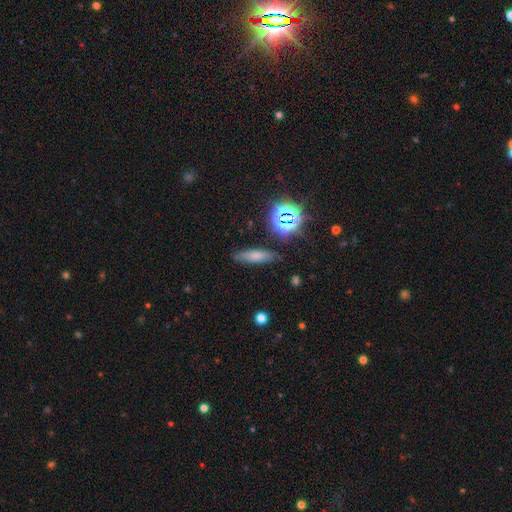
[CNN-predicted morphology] smooth-or-featured: smooth: 67% | star or artifact: 17% | featured or disk: 16%
  how-rounded: cigar-shaped: 54% | in between: 42% | round: 5%
  merging: none: 81% | minor disturbance: 13% | major disturbance: 4% | merger: 2%